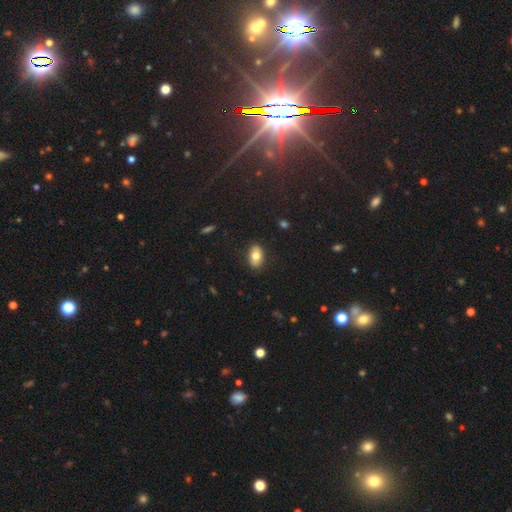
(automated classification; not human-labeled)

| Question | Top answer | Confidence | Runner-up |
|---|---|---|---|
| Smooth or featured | smooth | 76% | featured or disk (17%) |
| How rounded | in between | 89% | round (9%) |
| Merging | none | 86% | minor disturbance (11%) |